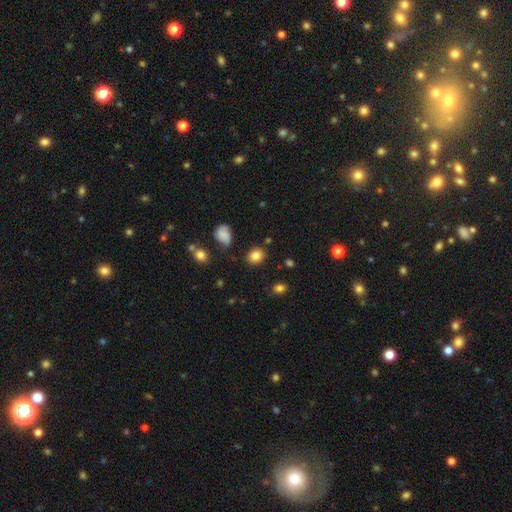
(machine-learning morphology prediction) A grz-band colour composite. It shows a smooth galaxy with no disk features (83%) that is round (62%). Merging: none (83%).